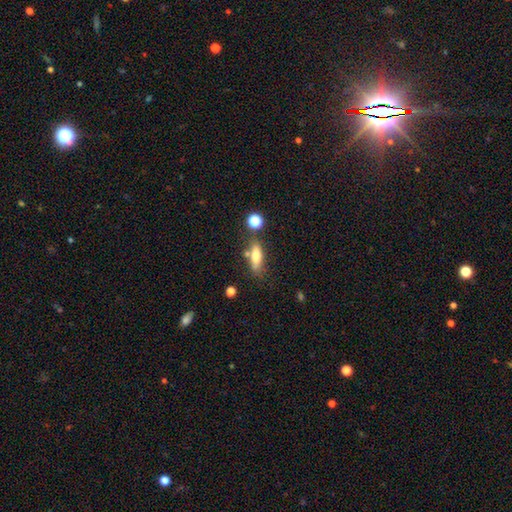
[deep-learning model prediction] The model was most divided on "how rounded": in between: 57%, cigar-shaped: 39%, round: 4%. More confident: smooth or featured — smooth (72%); merging — none (63%).